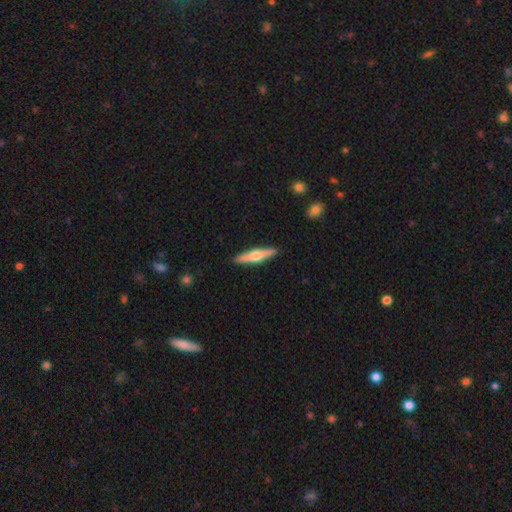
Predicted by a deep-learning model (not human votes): Morphology: type=featured or disk (52%); edge-on=yes (95%); merging=none (91%).